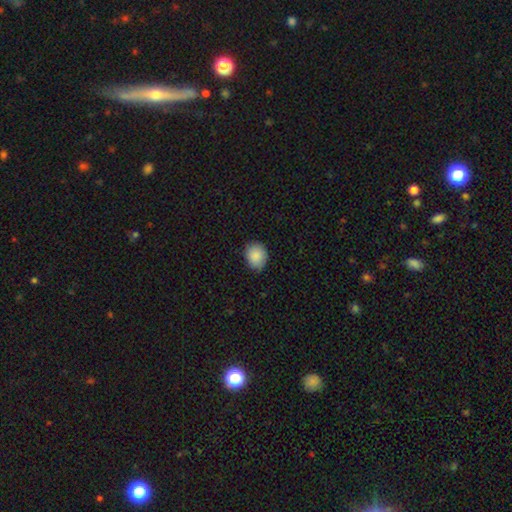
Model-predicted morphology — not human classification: Smooth or featured? Predicted: smooth (p=0.89). How rounded? Predicted: round (p=0.57). Merging? Predicted: none (p=0.83).